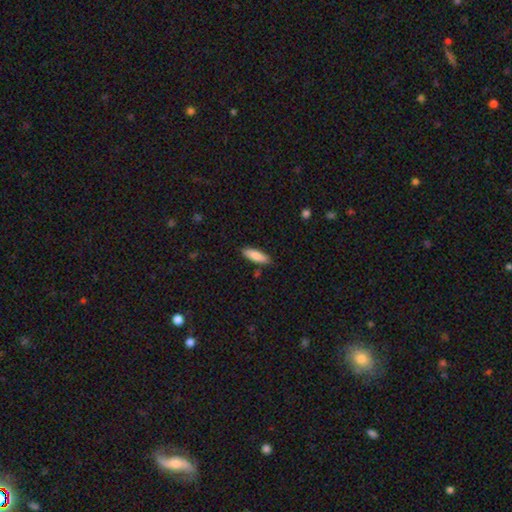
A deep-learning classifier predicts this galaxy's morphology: The model was most divided on "how rounded": cigar-shaped: 52%, in between: 46%, round: 2%. More confident: merging — none (86%); smooth or featured — smooth (84%).